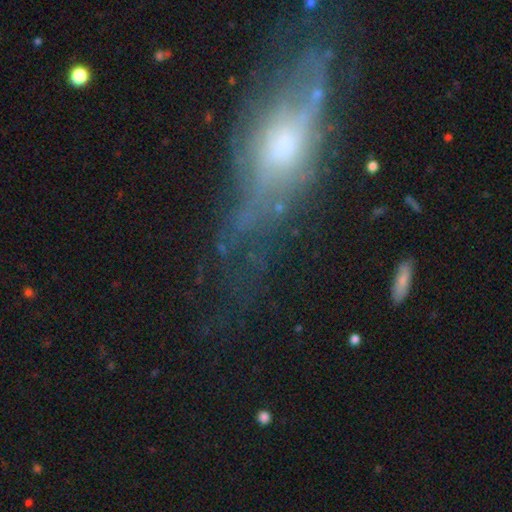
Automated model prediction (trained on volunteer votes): This appears to be a featured or disk galaxy (59%) viewed edge-on (51%). Merging: none (49%).